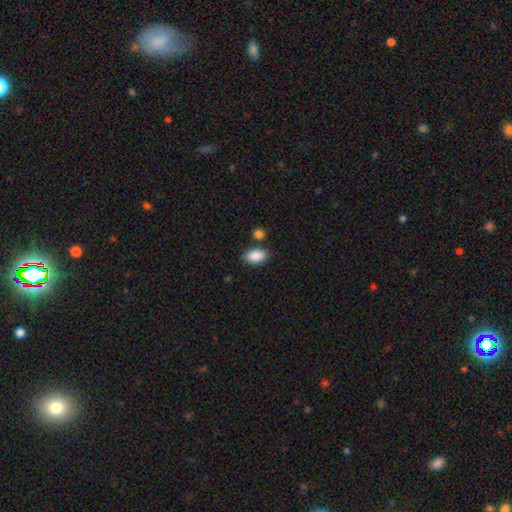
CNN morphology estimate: Q: Smooth or featured?
A: smooth (89%); runner-up: star or artifact (7%)
Q: How rounded?
A: in between (92%); runner-up: round (7%)
Q: Merging?
A: none (79%); runner-up: minor disturbance (11%)